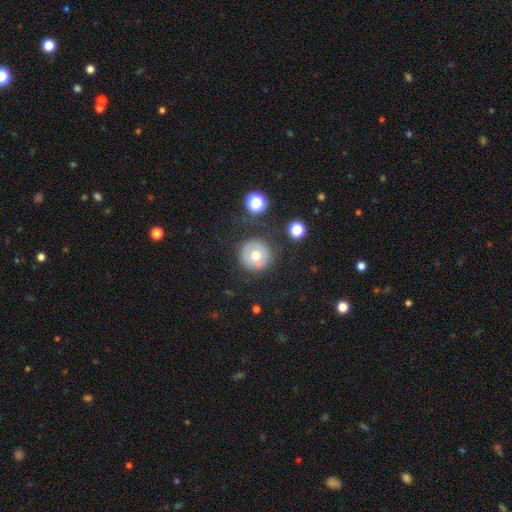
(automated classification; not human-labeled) Smooth or featured: smooth — 61% (featured or disk — 27%)
How rounded: round — 96% (in between — 3%)
Merging: none — 80% (minor disturbance — 11%)